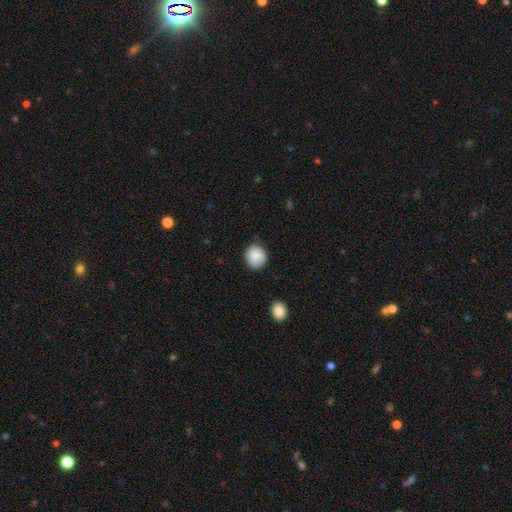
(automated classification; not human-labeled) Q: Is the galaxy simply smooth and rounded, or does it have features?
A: smooth — 87%.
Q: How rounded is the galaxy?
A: round — 86%.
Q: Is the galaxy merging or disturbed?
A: none — 77%.